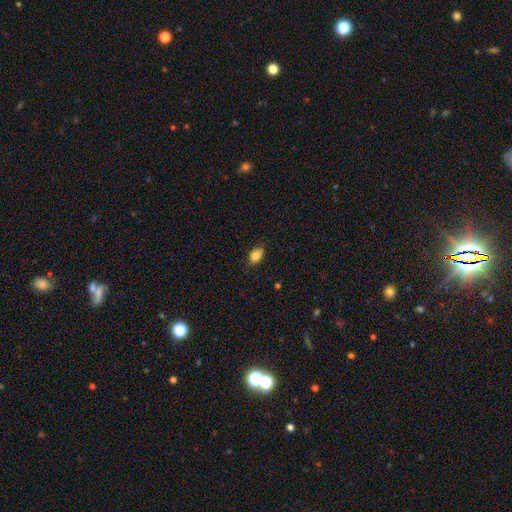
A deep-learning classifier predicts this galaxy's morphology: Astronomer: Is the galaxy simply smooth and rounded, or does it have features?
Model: smooth — 83%.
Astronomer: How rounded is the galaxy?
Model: in between — 83%.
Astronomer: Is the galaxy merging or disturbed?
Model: none — 81%.